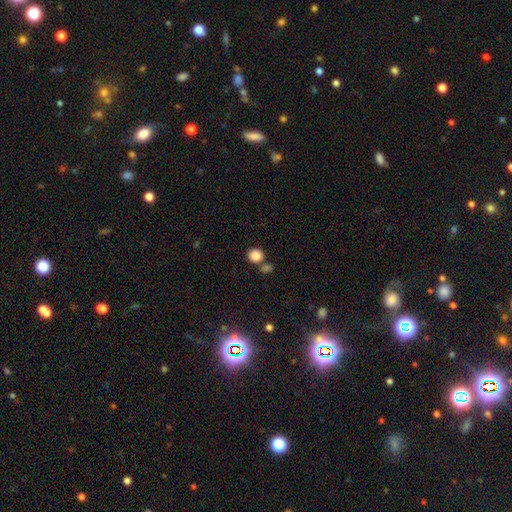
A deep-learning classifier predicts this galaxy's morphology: The model was most divided on "merging": none: 64%, merger: 24%, minor disturbance: 9%, major disturbance: 3%. More confident: smooth or featured — smooth (86%); how rounded — round (86%).